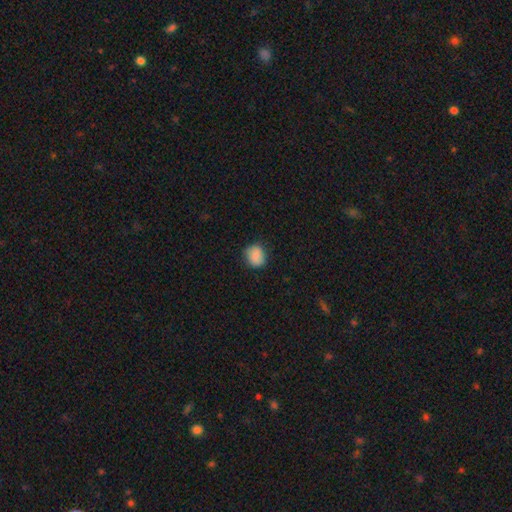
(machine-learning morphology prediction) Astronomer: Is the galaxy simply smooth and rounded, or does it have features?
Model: smooth — 86%.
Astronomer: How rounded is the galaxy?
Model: round — 71%.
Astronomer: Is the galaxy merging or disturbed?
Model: none — 82%.